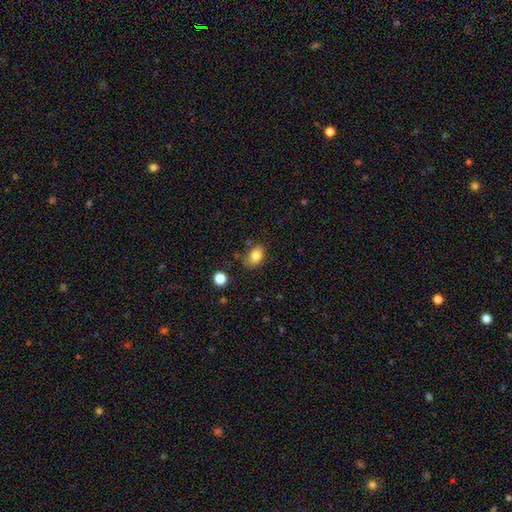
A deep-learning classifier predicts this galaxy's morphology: smooth_or_featured: smooth (p=0.82) [alt: star or artifact p=0.09]
how_rounded: in between (p=0.86) [alt: round p=0.13]
merging: none (p=0.72) [alt: minor disturbance p=0.20]